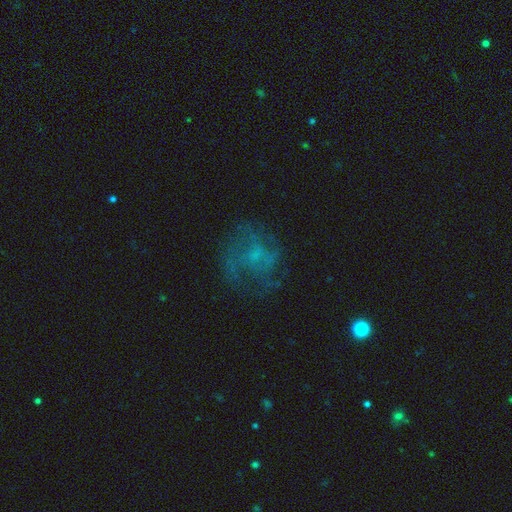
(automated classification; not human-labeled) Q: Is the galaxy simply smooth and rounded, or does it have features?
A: featured or disk — 58%.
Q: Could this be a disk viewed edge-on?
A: no — 98%.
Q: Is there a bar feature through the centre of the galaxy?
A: no — 75%.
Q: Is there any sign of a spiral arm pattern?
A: yes — 64%.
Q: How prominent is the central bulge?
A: none — 43%.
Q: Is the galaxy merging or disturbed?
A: none — 59%.